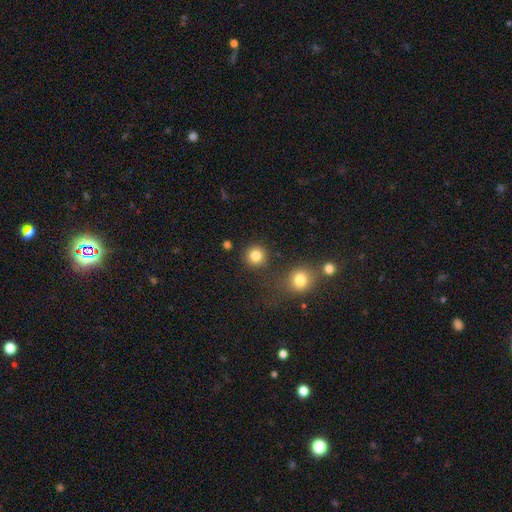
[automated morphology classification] type=smooth (82%); roundness=round (94%); merging=none (85%).